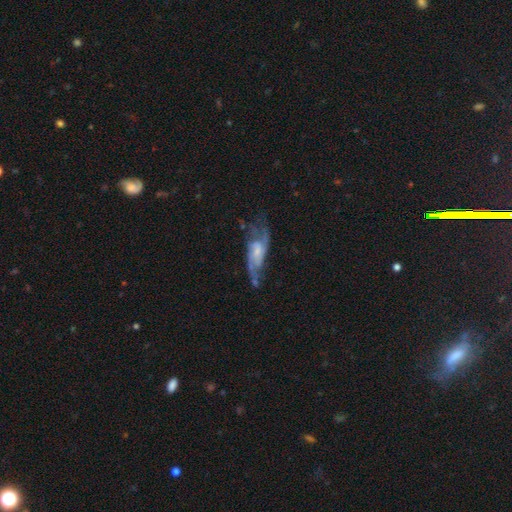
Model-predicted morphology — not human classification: Overall: featured or disk (69%). Edge-on disk: no (78%). Bar: no (59%; weak 32%). Spiral arms: yes (85%). Bulge size: small (38%; moderate 34%). Merging: none (58%; minor disturbance 21%).